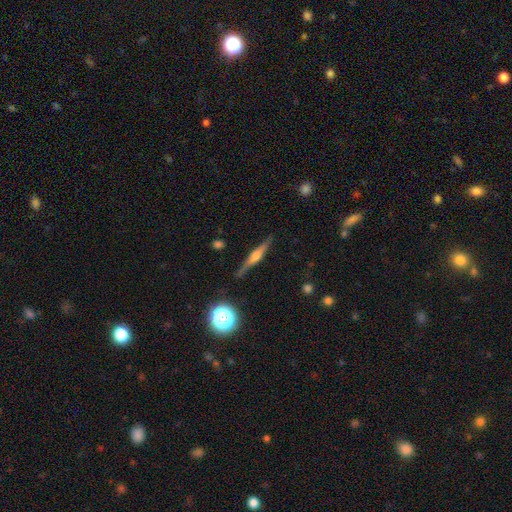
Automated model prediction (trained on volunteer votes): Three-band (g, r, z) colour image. It shows a featured or disk galaxy (74%) viewed edge-on (97%) with a rounded central bulge (84%). Merging: none (86%).